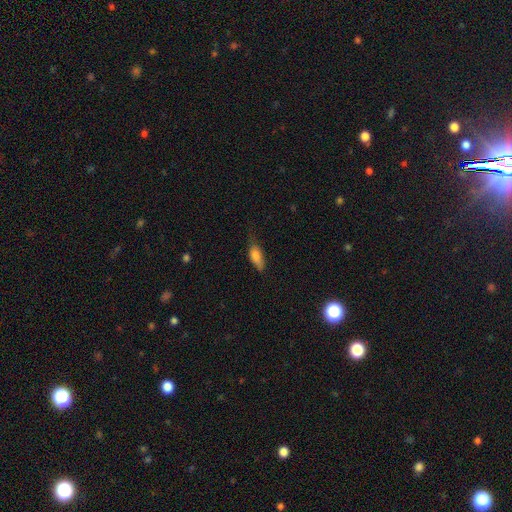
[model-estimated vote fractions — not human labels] Overall: smooth (80%). How rounded: in between (72%). Merging: none (53%; minor disturbance 35%).